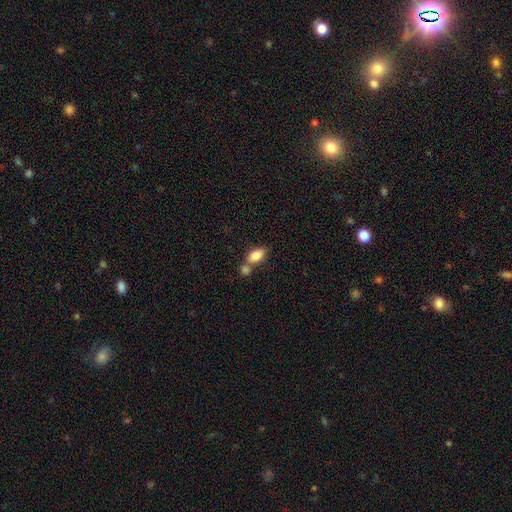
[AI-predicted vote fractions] Smooth or featured? smooth (84%)
How rounded? in between (88%)
Merging? none (43%)